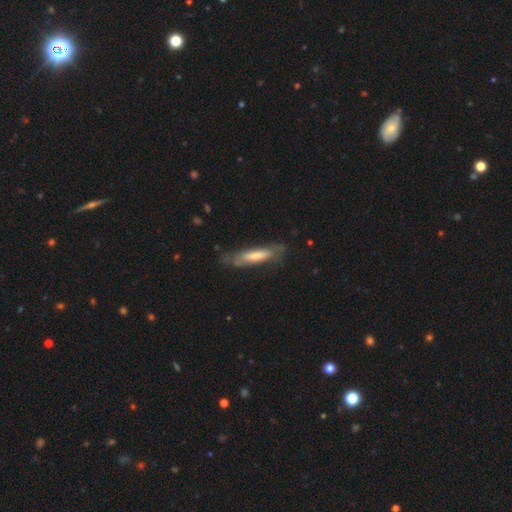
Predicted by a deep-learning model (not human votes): featured or disk 55%, smooth 34%, star or artifact 11%. Down the decision tree: edge-on disk — yes (58%); merging — none (72%).